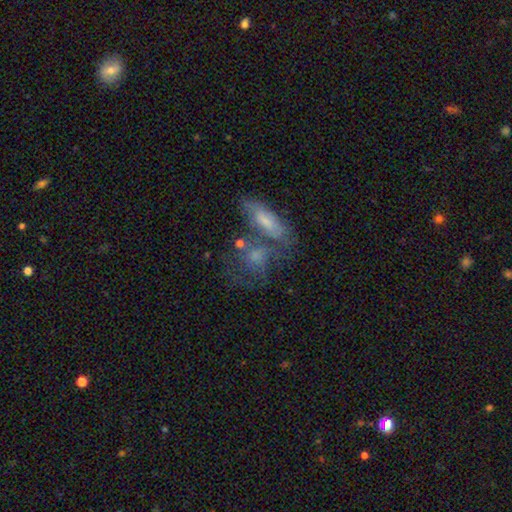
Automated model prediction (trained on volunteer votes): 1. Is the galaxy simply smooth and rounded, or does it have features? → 53% smooth, 36% featured or disk, 11% star or artifact.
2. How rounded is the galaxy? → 55% in between, 34% round, 11% cigar-shaped.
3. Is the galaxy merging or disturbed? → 36% merger (tied), 36% none (tied), 15% minor disturbance, 12% major disturbance.